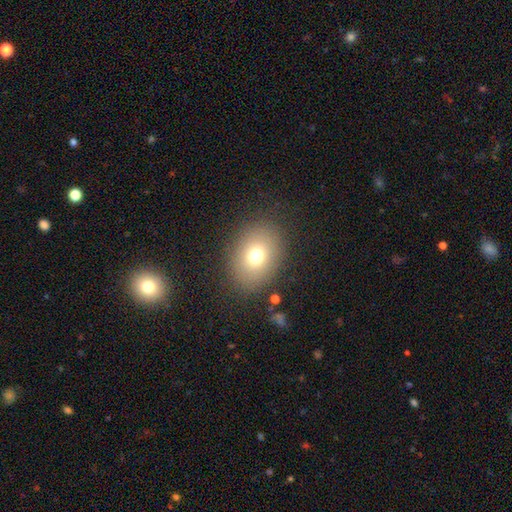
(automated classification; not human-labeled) smooth_or_featured: smooth (p=0.73) [alt: star or artifact p=0.14]
how_rounded: in between (p=0.57) [alt: round p=0.42]
merging: none (p=0.85) [alt: minor disturbance p=0.09]